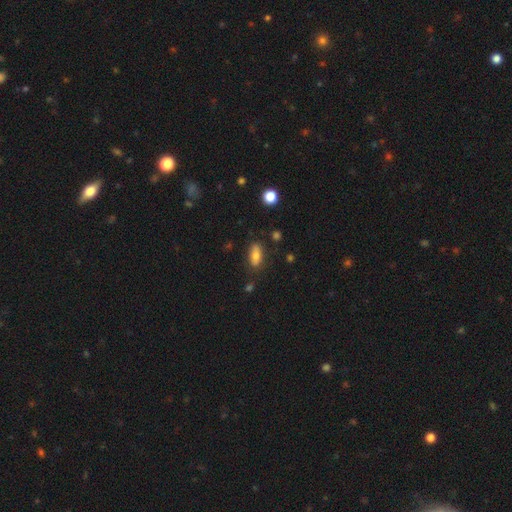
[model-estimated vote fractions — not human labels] smooth 75%, featured or disk 16%, star or artifact 9%. Down the decision tree: how rounded — in between (84%); merging — none (78%).